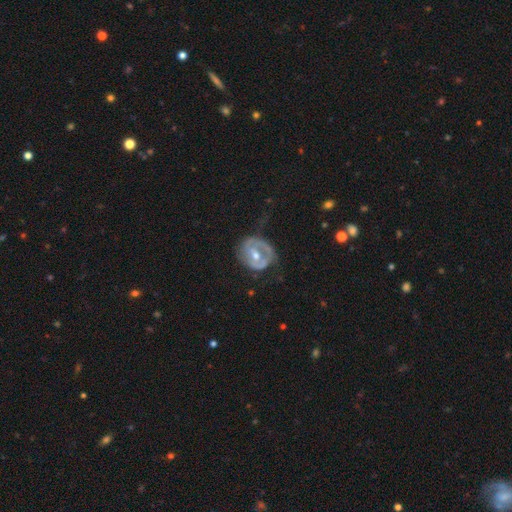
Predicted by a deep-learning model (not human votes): A featured or disk galaxy (70%) with no bar (42%), spiral arms (53%) and a moderate central bulge (65%).

Vote fractions:
- Smooth or featured? featured or disk: 70% / smooth: 23% / star or artifact: 6%
- Edge-on disk? no: 96% / yes: 4%
- Bar? no: 42% / weak: 37% / strong: 21%
- Spiral arms? yes: 53% / no: 47%
- Bulge size? moderate: 65% / small: 31% / large: 2% / none: 1% / dominant: 1%
- Merging? none: 54% / minor disturbance: 27% / major disturbance: 17% / merger: 2%